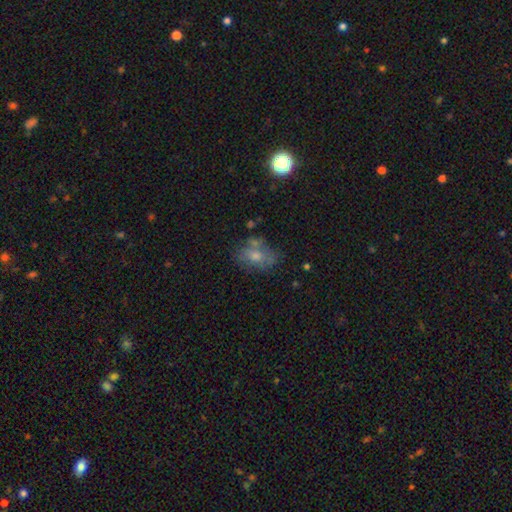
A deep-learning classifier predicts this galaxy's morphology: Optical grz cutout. It shows a smooth galaxy with no disk features (54%) that is in between round and cigar-shaped (68%). Merging: none (57%).